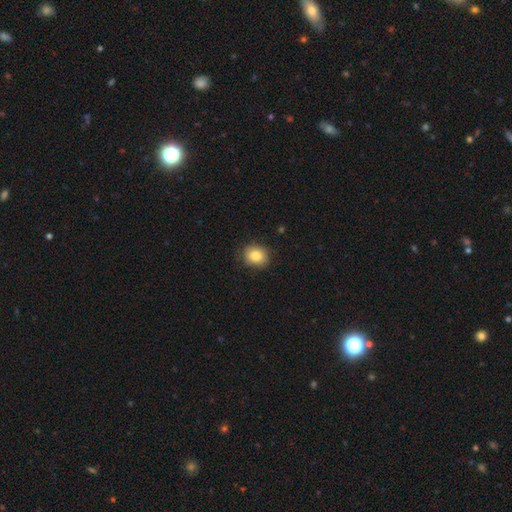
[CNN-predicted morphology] Smooth or featured?
  - smooth: 83% *
  - star or artifact: 9%
  - featured or disk: 8%
How rounded?
  - round: 69% *
  - in between: 30%
  - cigar-shaped: 1%
Merging?
  - none: 84% *
  - minor disturbance: 13%
  - major disturbance: 3%
  - merger: 1%